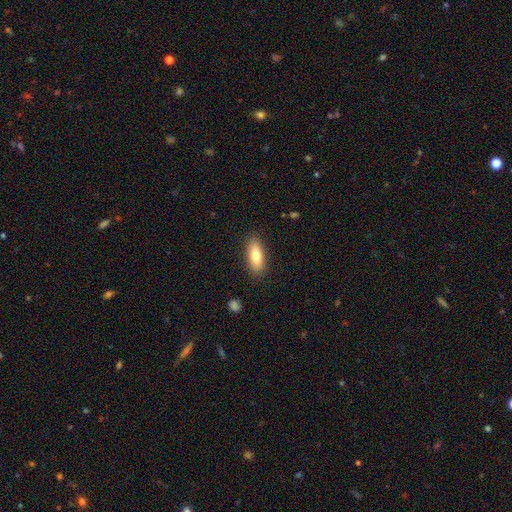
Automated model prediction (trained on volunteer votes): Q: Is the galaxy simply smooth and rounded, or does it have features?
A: smooth — 75%.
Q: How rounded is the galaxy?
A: in between — 73%.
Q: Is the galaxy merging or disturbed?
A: none — 87%.